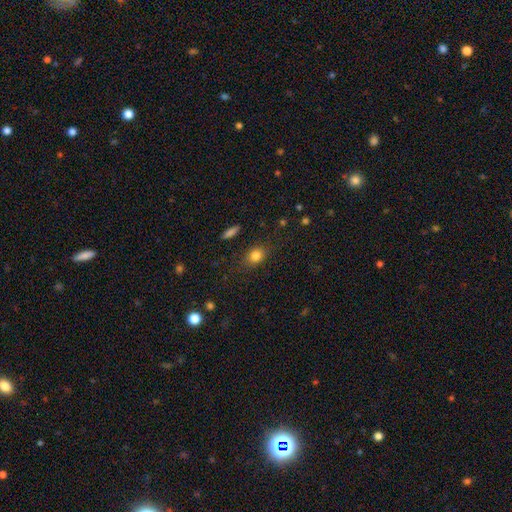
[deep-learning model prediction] Smooth or featured: smooth — 81% (star or artifact — 11%)
How rounded: in between — 54% (round — 43%)
Merging: none — 79% (minor disturbance — 14%)